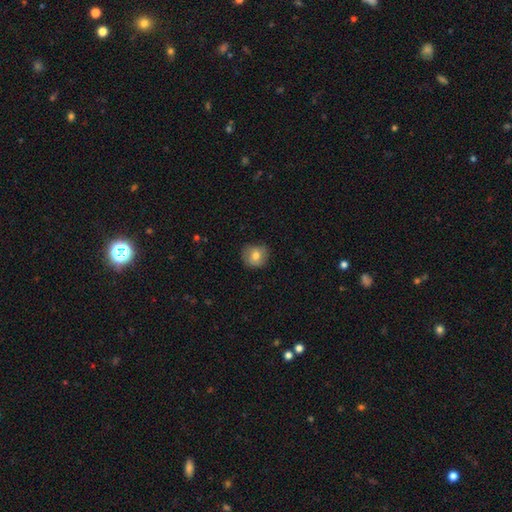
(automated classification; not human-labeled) This appears to be a smooth galaxy with no disk features (75%) that is round (86%). Merging: none (77%).